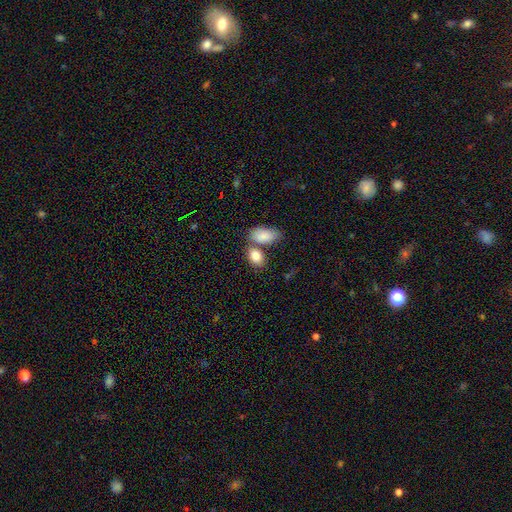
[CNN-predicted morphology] The model was most divided on "merging": none: 48%, merger: 36%, minor disturbance: 12%, major disturbance: 4%. More confident: how rounded — in between (86%); smooth or featured — smooth (85%).